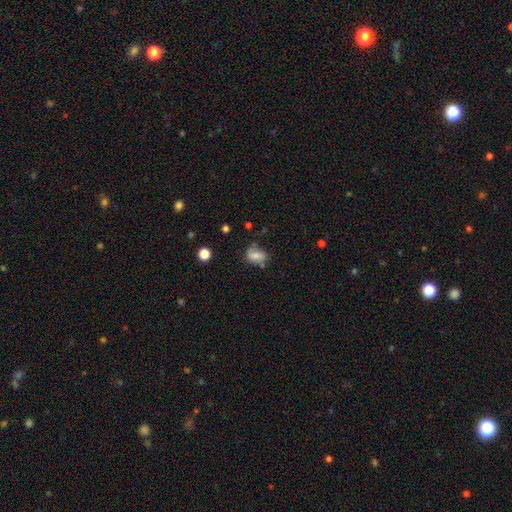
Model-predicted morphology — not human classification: smooth-or-featured: smooth: 69% | featured or disk: 20% | star or artifact: 11%
  how-rounded: in between: 74% | round: 24% | cigar-shaped: 2%
  merging: none: 52% | minor disturbance: 29% | major disturbance: 11% | merger: 8%